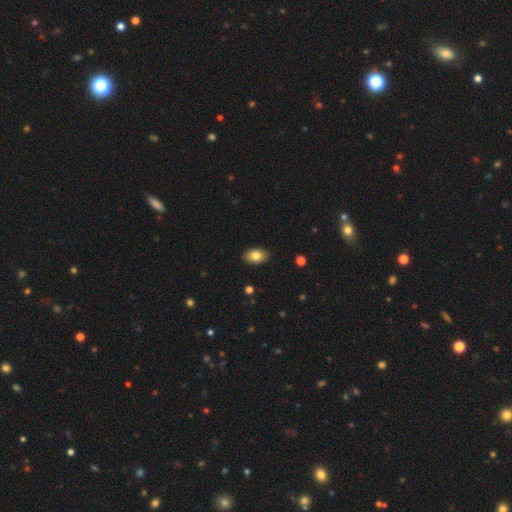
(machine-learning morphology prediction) Smooth or featured: smooth — 83% (featured or disk — 10%)
How rounded: in between — 90% (round — 9%)
Merging: none — 89% (minor disturbance — 8%)